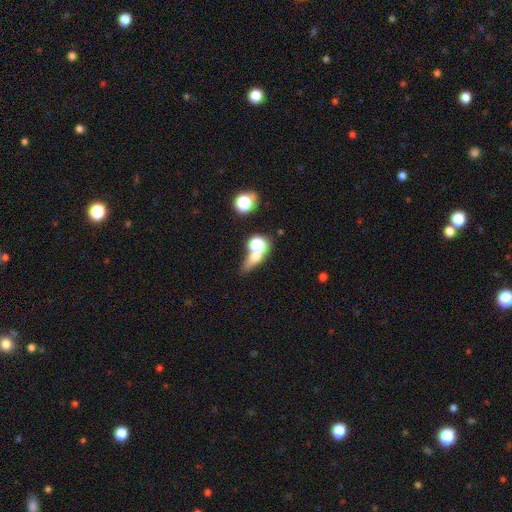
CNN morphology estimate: A smooth galaxy with no disk features (58%) that is round (42%).

Vote fractions:
- Smooth or featured? smooth: 58% / star or artifact: 24% / featured or disk: 19%
- How rounded? round: 42% / in between: 39% / cigar-shaped: 19%
- Merging? none: 45% / merger: 36% / minor disturbance: 11% / major disturbance: 8%